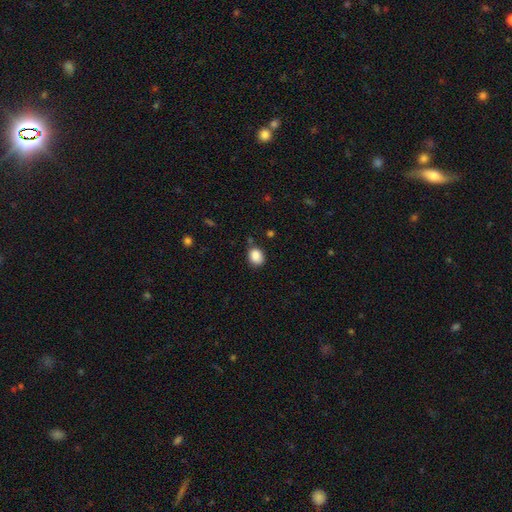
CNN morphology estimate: Overall: smooth (88%). How rounded: round (57%; in between 43%). Merging: none (79%).